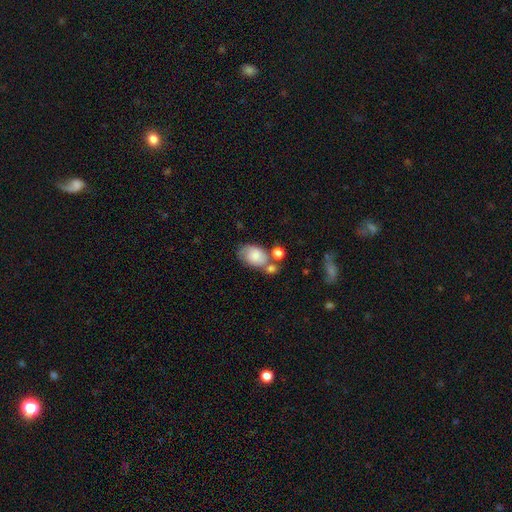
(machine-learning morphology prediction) A smooth galaxy with no disk features (76%) that is in between round and cigar-shaped (86%).

Vote fractions:
- Smooth or featured? smooth: 76% / featured or disk: 16% / star or artifact: 8%
- How rounded? in between: 86% / round: 13% / cigar-shaped: 1%
- Merging? none: 42% / merger: 27% / minor disturbance: 21% / major disturbance: 9%